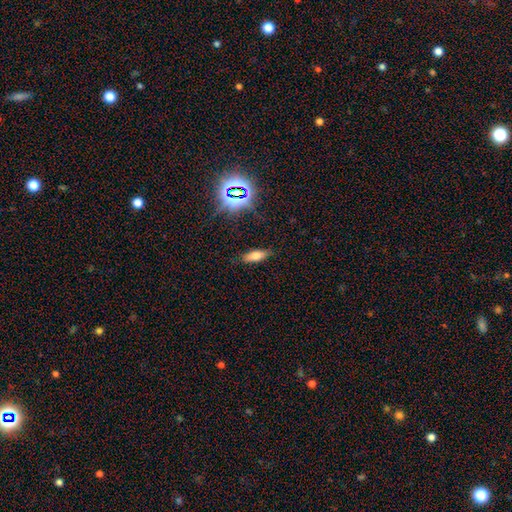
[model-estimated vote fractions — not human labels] Smooth or featured? Predicted: smooth (p=0.69). How rounded? Predicted: in between (p=0.67). Merging? Predicted: none (p=0.86).